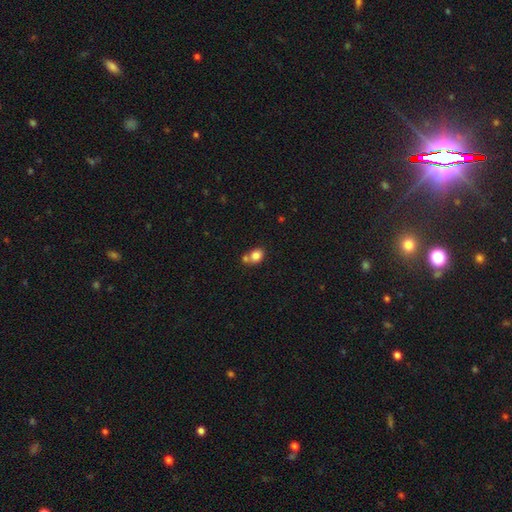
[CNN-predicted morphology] Smooth or featured?
  - smooth: 81% *
  - star or artifact: 10%
  - featured or disk: 9%
How rounded?
  - in between: 51% *
  - round: 48%
  - cigar-shaped: 1%
Merging?
  - none: 47% *
  - merger: 37%
  - minor disturbance: 12%
  - major disturbance: 4%